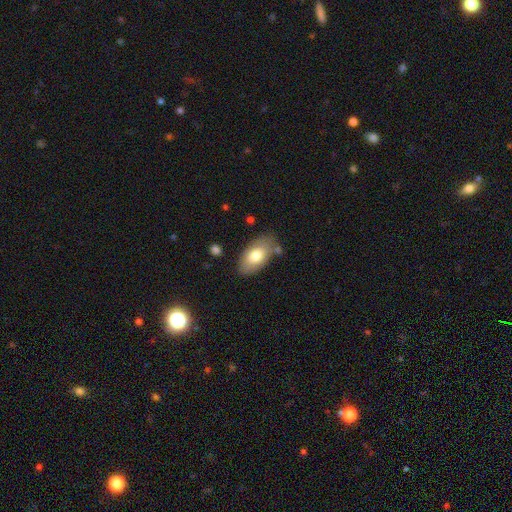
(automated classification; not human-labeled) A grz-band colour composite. It shows a smooth galaxy with no disk features (74%) that is in between round and cigar-shaped (93%). Merging: none (73%).